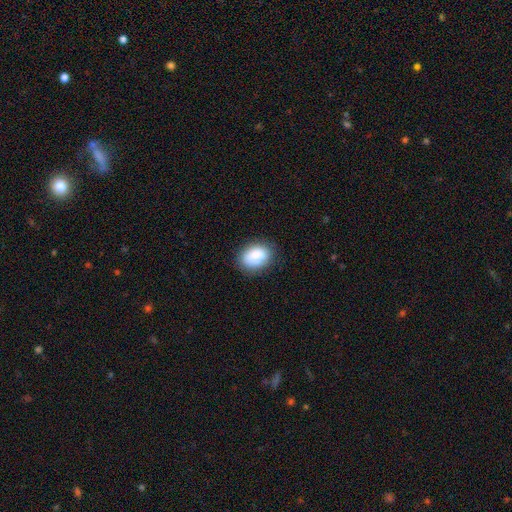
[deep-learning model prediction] Overall: smooth (84%). How rounded: in between (75%). Merging: none (77%).